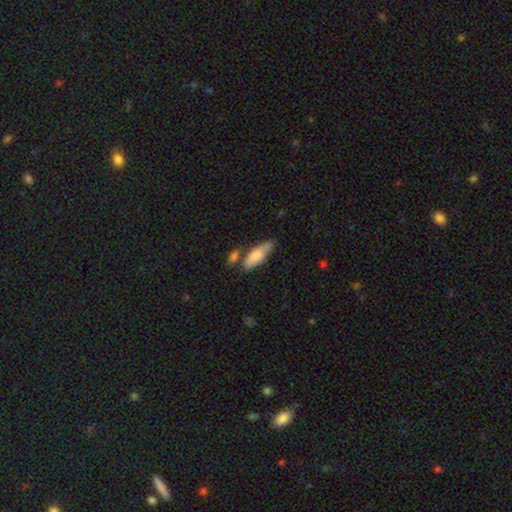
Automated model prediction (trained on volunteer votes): Morphology: type=smooth (75%); roundness=in between (64%); merging=none (53%).